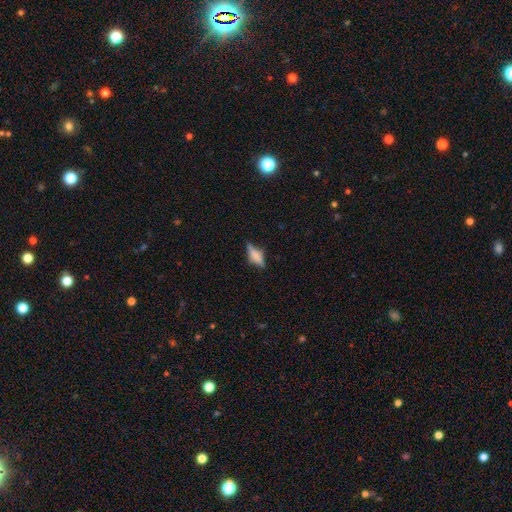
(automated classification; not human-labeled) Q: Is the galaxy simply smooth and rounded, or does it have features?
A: smooth — 55%.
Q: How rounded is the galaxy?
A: in between — 60%.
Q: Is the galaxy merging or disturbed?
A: none — 63%.